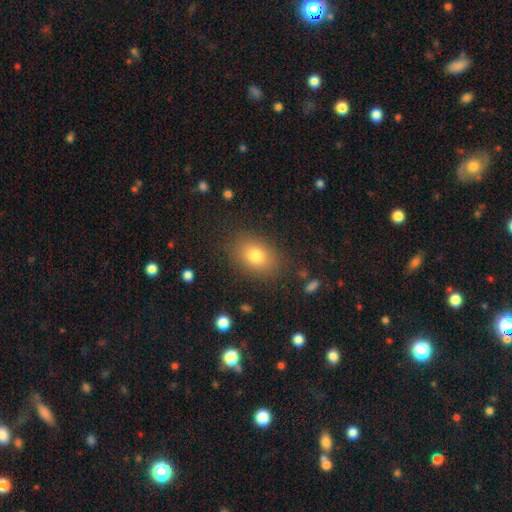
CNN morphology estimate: A smooth galaxy with no disk features (78%) that is in between round and cigar-shaped (73%).

Vote fractions:
- Smooth or featured? smooth: 78% / star or artifact: 11% / featured or disk: 11%
- How rounded? in between: 73% / round: 25% / cigar-shaped: 1%
- Merging? none: 84% / minor disturbance: 10% / major disturbance: 4% / merger: 1%